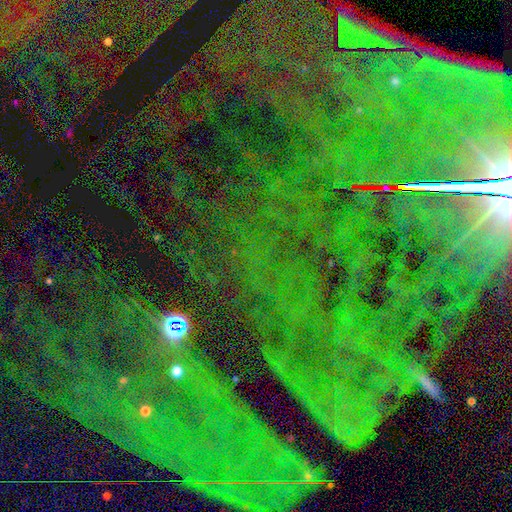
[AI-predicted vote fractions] smooth_or_featured: star or artifact (p=0.83) [alt: featured or disk p=0.09]